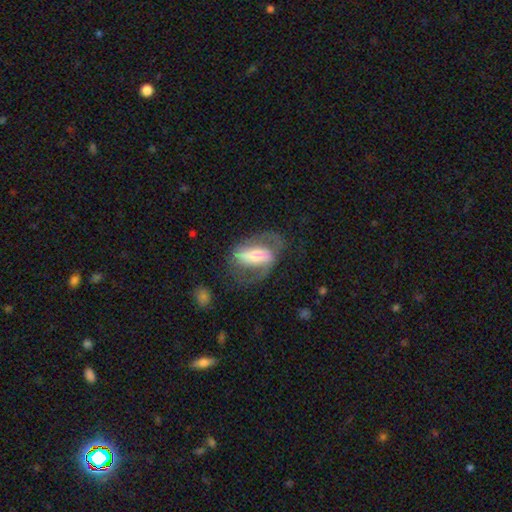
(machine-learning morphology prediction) smooth_or_featured: featured or disk (p=0.71) [alt: smooth p=0.24]
disk_edge_on: no (p=0.92) [alt: yes p=0.08]
bar: strong (p=0.55) [alt: weak p=0.26]
has_spiral_arms: yes (p=0.75) [alt: no p=0.25]
bulge_size: moderate (p=0.50) [alt: small p=0.29]
merging: none (p=0.58) [alt: major disturbance p=0.21]